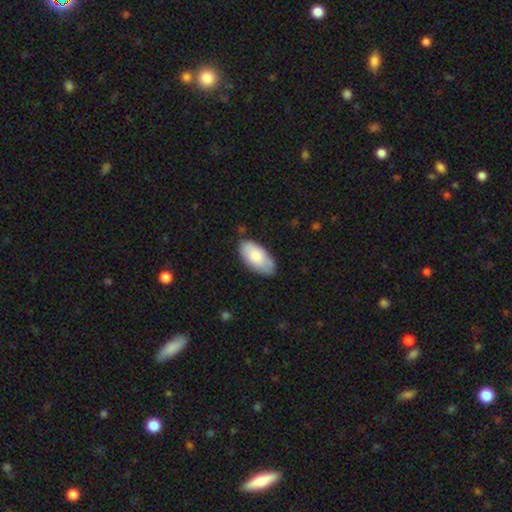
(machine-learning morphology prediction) A smooth galaxy with no disk features (80%) that is in between round and cigar-shaped (95%).

Vote fractions:
- Smooth or featured? smooth: 80% / featured or disk: 15% / star or artifact: 5%
- How rounded? in between: 95% / cigar-shaped: 3% / round: 2%
- Merging? none: 77% / minor disturbance: 18% / major disturbance: 3% / merger: 2%